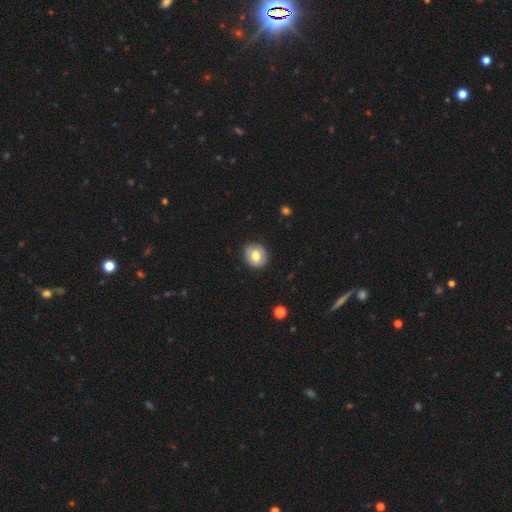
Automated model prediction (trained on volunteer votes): Smooth or featured? smooth (69%)
How rounded? round (67%)
Merging? none (84%)